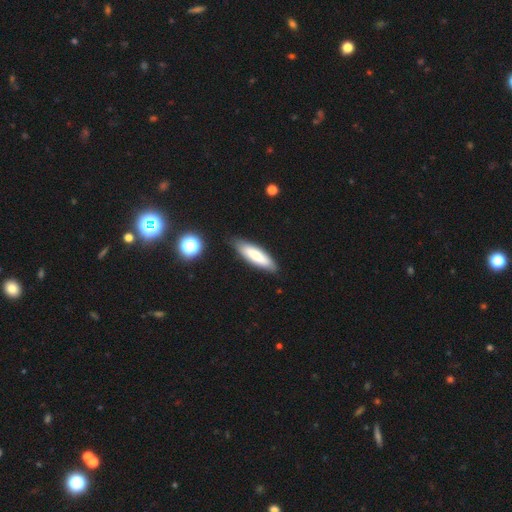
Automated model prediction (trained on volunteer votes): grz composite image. It shows a smooth galaxy with no disk features (68%) that is cigar-shaped (54%). Merging: none (85%).